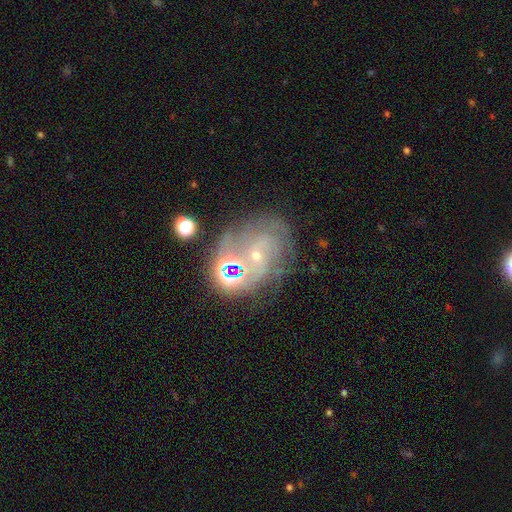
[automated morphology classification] smooth-or-featured: featured or disk: 72% | star or artifact: 16% | smooth: 12%
  disk-edge-on: no: 97% | yes: 3%
    bar: no: 62% | weak: 31% | strong: 8%
    has-spiral-arms: yes: 88% | no: 12%
      spiral-winding: tight: 50% | medium: 37% | loose: 13%
      spiral-arm-count: can't tell: 38% | 2: 25% | 3: 17% | 4: 8% | more than 4: 6% | 1: 6%
    bulge-size: small: 75% | moderate: 18% | none: 5% | large: 2% | dominant: 1%
  merging: none: 57% | minor disturbance: 18% | merger: 13% | major disturbance: 12%